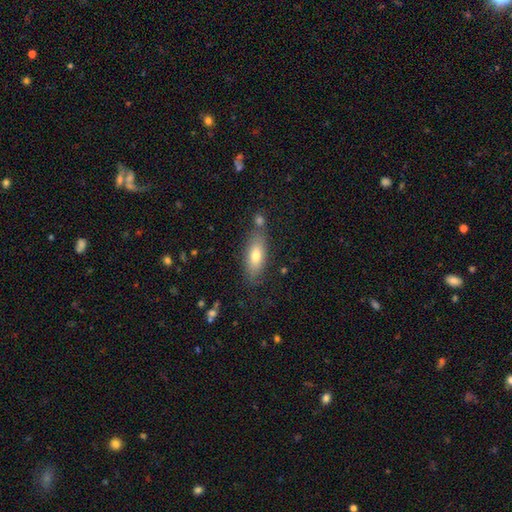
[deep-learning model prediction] Morphology: type=smooth (70%); roundness=in between (72%); merging=none (74%).